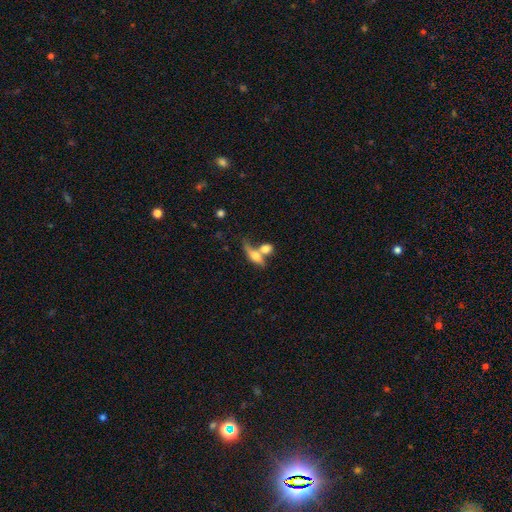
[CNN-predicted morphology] This appears to be a smooth galaxy with no disk features (58%) that is in between round and cigar-shaped (56%). Merging: merger (56%).